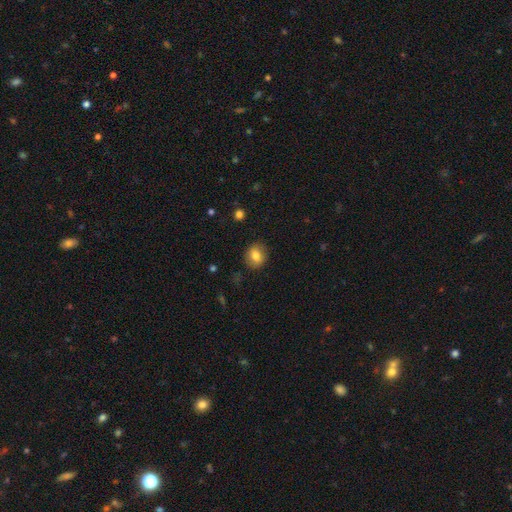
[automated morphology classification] Smooth or featured: smooth — 77% (featured or disk — 14%)
How rounded: round — 60% (in between — 39%)
Merging: none — 85% (minor disturbance — 11%)